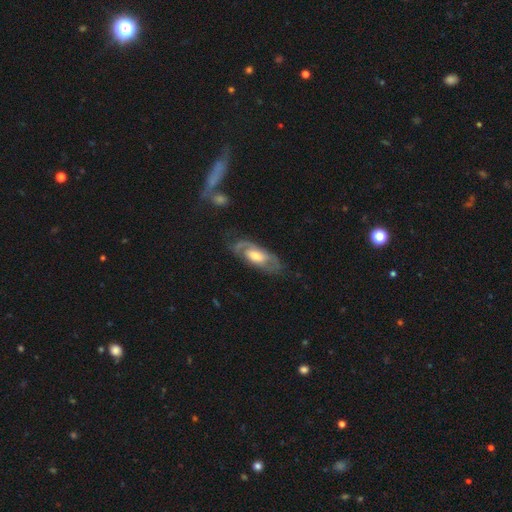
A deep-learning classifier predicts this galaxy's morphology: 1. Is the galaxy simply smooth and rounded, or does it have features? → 75% featured or disk, 20% smooth, 5% star or artifact.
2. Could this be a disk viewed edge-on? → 90% no, 10% yes.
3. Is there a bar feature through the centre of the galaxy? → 54% no, 37% weak, 9% strong.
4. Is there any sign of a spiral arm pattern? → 86% yes, 14% no.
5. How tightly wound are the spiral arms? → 42% tight (tied), 42% medium (tied), 16% loose.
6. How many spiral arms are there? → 59% 2, 21% can't tell, 15% 1, 3% 3, 1% 4, 1% more than 4.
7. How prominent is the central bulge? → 56% moderate, 20% large, 20% small, 3% none, 2% dominant.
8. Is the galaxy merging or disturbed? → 64% none, 21% minor disturbance, 13% major disturbance, 2% merger.